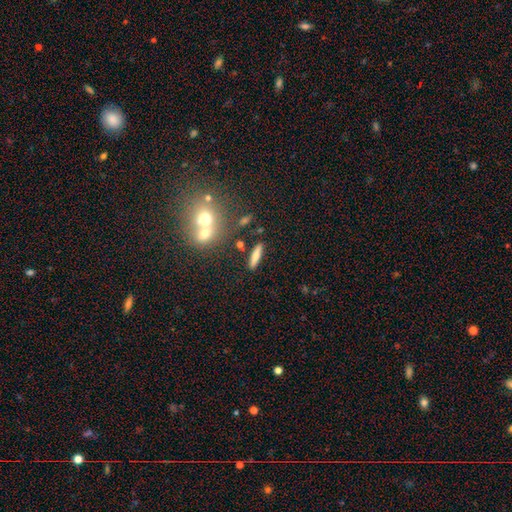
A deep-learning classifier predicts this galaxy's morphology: A smooth galaxy with no disk features (67%) that is cigar-shaped (74%). Merging: none (81%).